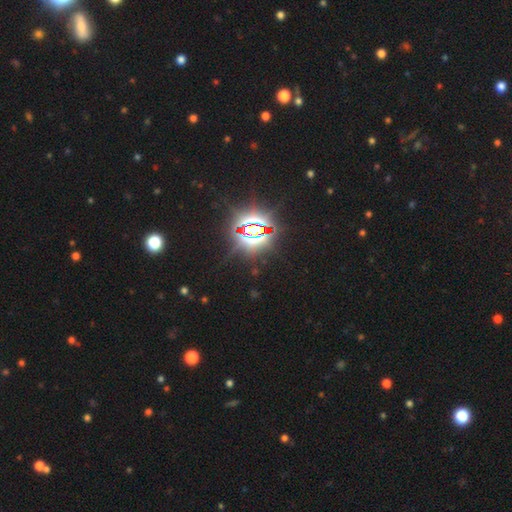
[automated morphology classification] Smooth or featured?
  - star or artifact: 86% *
  - smooth: 8%
  - featured or disk: 6%